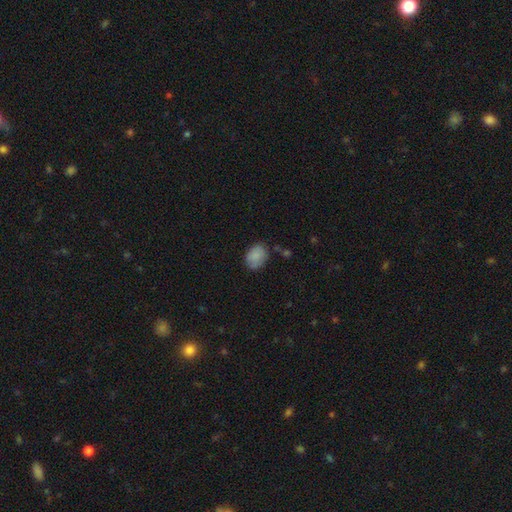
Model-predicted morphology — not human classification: smooth_or_featured: smooth (p=0.84) [alt: star or artifact p=0.08]
how_rounded: in between (p=0.74) [alt: round p=0.25]
merging: none (p=0.68) [alt: minor disturbance p=0.23]